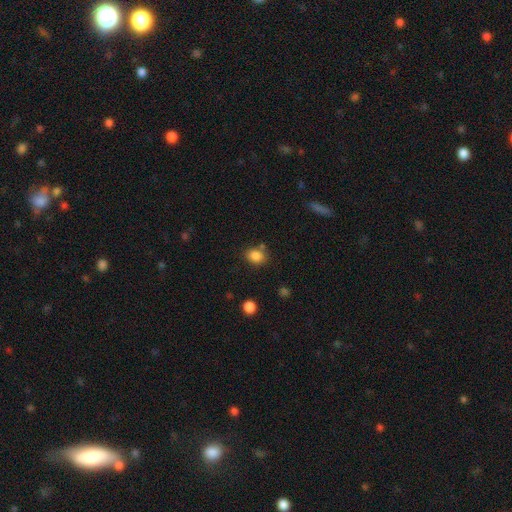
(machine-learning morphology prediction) smooth 85%, star or artifact 11%, featured or disk 5%. Down the decision tree: how rounded — in between (59%); merging — none (73%).